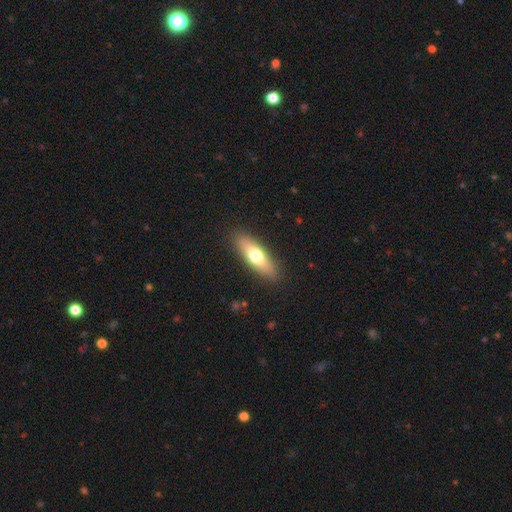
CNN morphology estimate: This appears to be a smooth galaxy with no disk features (63%) that is cigar-shaped (50%). Merging: none (88%).